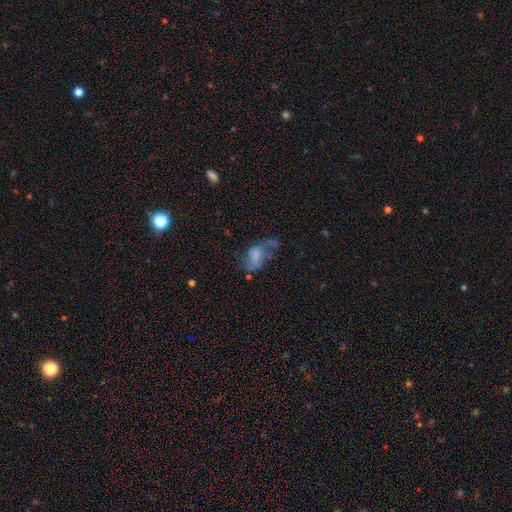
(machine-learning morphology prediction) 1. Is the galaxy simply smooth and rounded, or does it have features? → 46% smooth, 43% featured or disk, 11% star or artifact.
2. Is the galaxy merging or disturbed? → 40% major disturbance, 28% none, 24% minor disturbance, 9% merger.